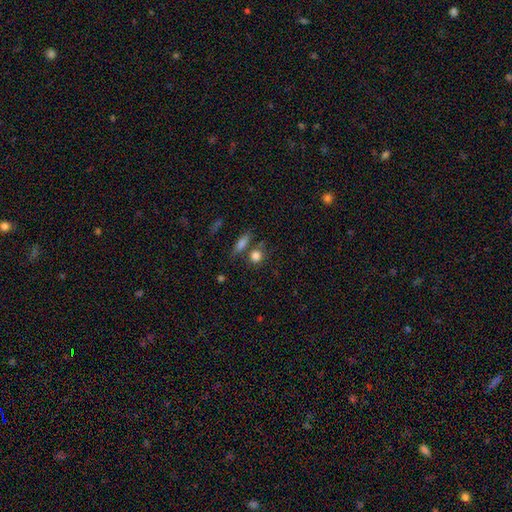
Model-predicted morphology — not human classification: Smooth or featured: smooth — 82% (star or artifact — 11%)
How rounded: round — 76% (in between — 20%)
Merging: none — 64% (merger — 20%)